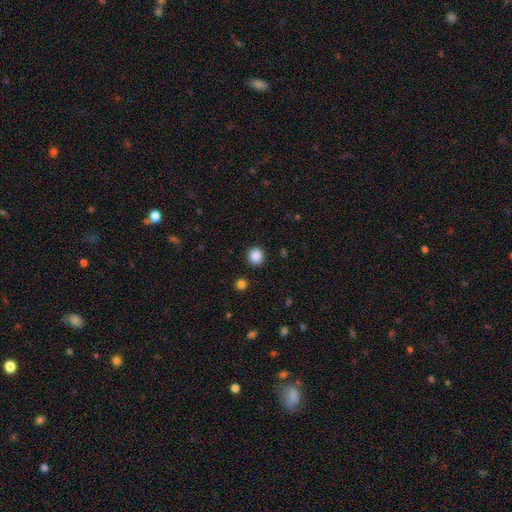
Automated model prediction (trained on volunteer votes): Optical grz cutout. It shows a smooth galaxy with no disk features (87%) that is round (92%). Merging: none (91%).